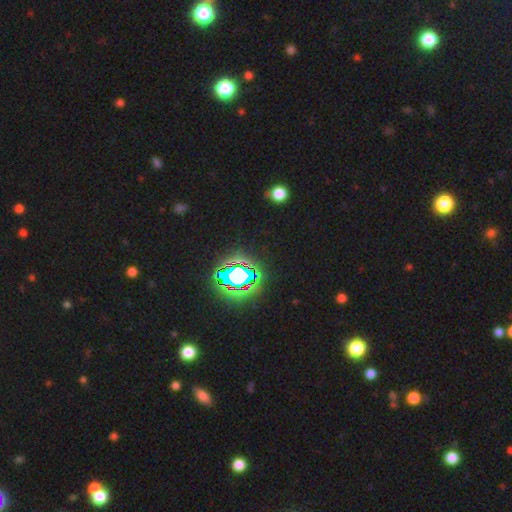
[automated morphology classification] A star or artifact, not a galaxy (81%).

Vote fractions:
- Smooth or featured? star or artifact: 81% / smooth: 12% / featured or disk: 7%